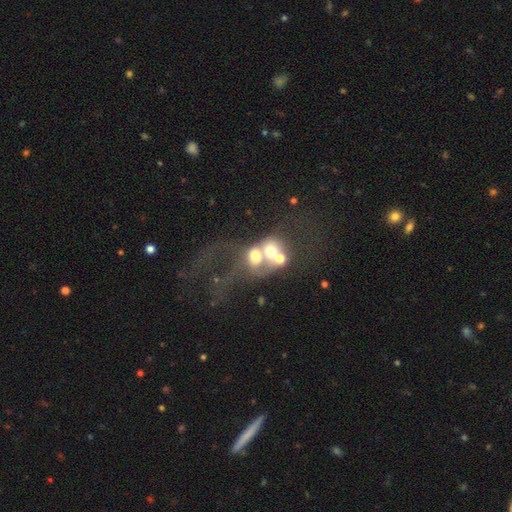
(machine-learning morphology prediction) A smooth galaxy with no disk features (45%). Merging: merger (67%).